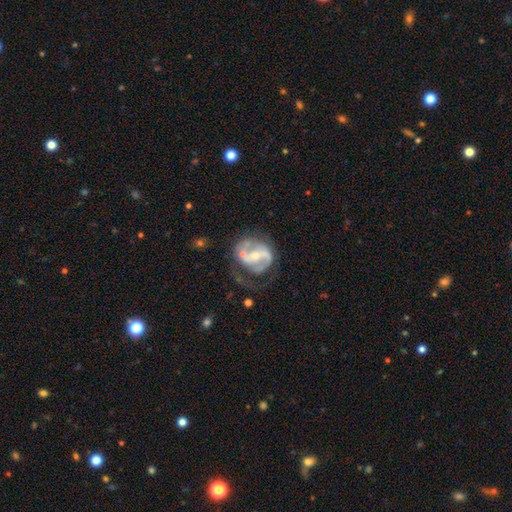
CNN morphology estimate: type=featured or disk (78%); edge-on=no (97%); bar=weak (40%); spiral arms=yes (80%); winding=medium (46%); arm count=2 (73%); bulge=small (45%); merging=none (42%).